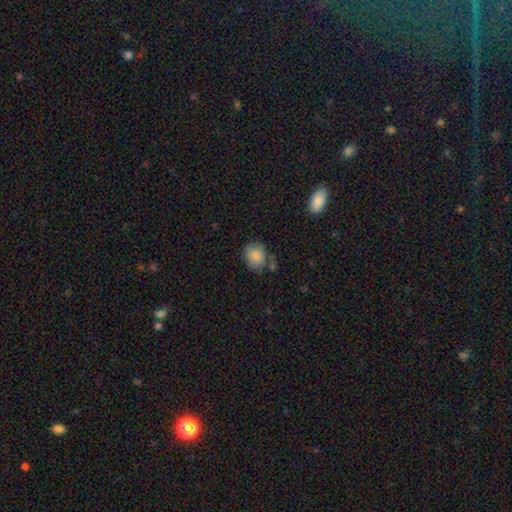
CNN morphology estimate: A smooth galaxy with no disk features (83%) that is round (53%). Merging: none (58%).